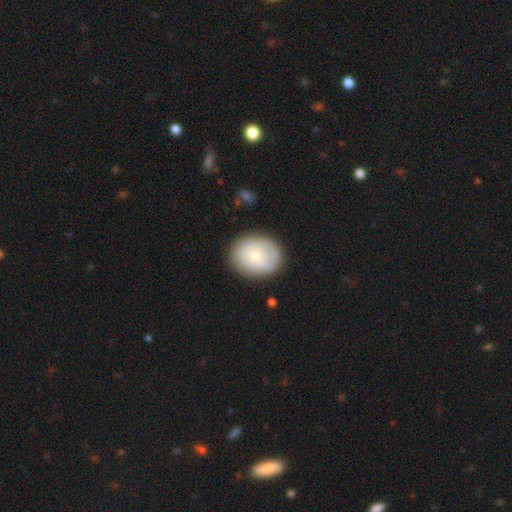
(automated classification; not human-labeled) This appears to be a smooth galaxy with no disk features (59%) that is round (56%). Merging: none (84%).